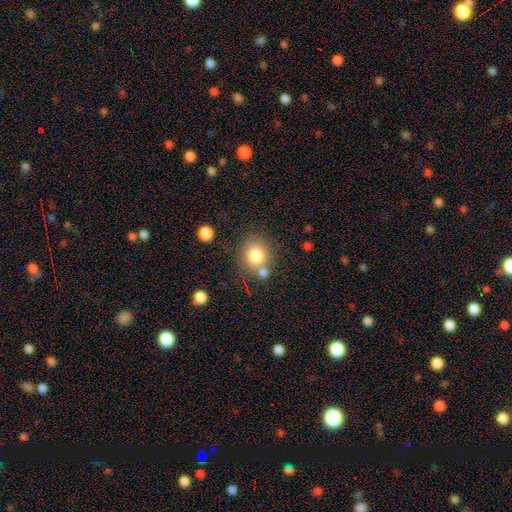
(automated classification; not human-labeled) Smooth or featured: smooth — 79% (star or artifact — 11%)
How rounded: round — 80% (in between — 19%)
Merging: none — 63% (merger — 20%)